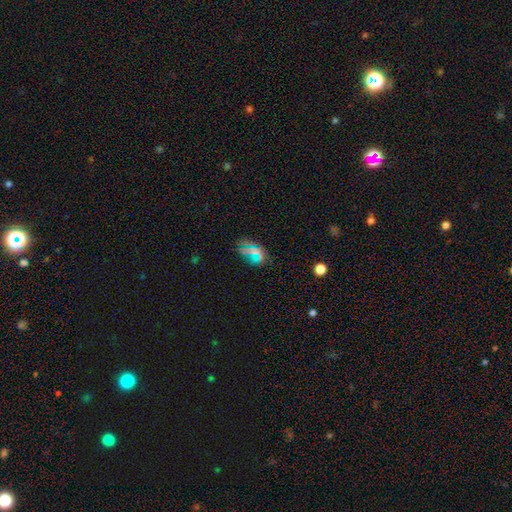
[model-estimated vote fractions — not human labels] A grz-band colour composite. It shows a smooth galaxy with no disk features (59%) that is in between round and cigar-shaped (78%). Merging: none (76%).